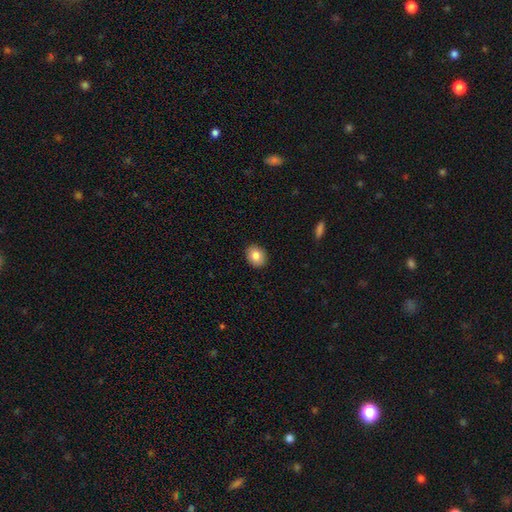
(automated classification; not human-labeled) Smooth or featured: smooth — 83% (featured or disk — 9%)
How rounded: in between — 53% (round — 46%)
Merging: none — 91% (minor disturbance — 7%)